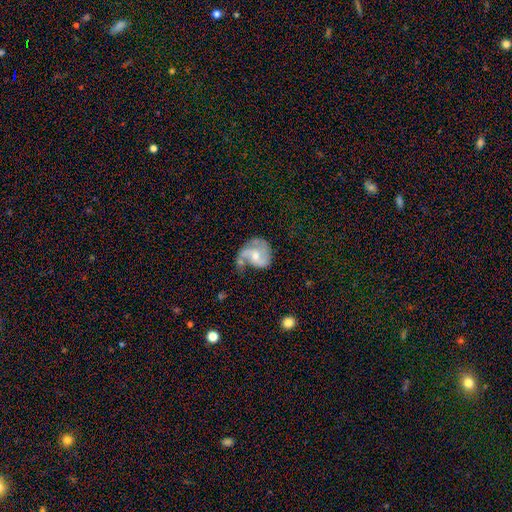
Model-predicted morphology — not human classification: This appears to be a featured or disk galaxy (74%) with no bar (54%), 2 (64%) medium (44%) spiral arms (87%) and a moderate central bulge (53%). Merging: none (32%).